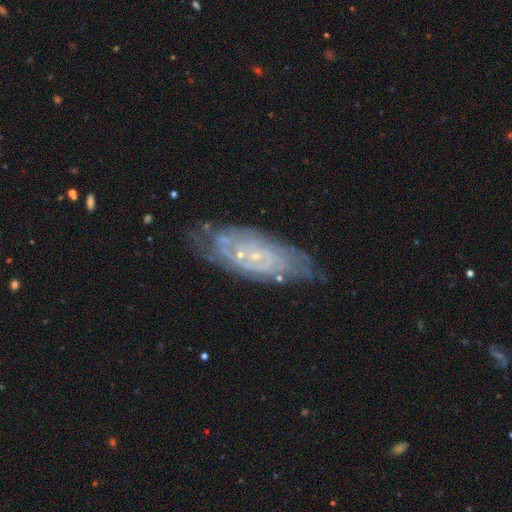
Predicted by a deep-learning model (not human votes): Smooth or featured? featured or disk (79%)
Edge-on disk? no (89%)
Bar? no (67%)
Spiral arms? yes (86%)
Spiral winding? tight (66%)
Spiral arm count? can't tell (50%)
Bulge size? small (82%)
Merging? none (70%)